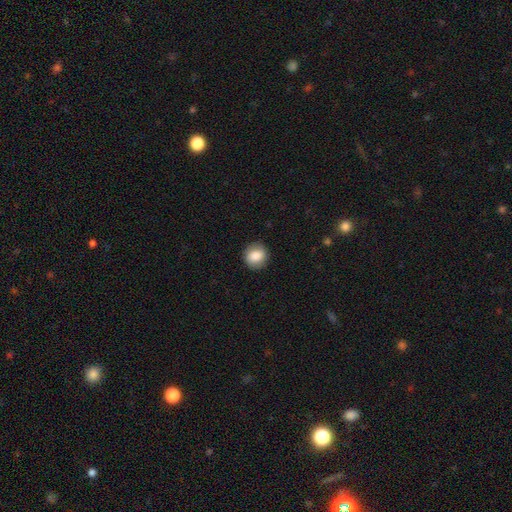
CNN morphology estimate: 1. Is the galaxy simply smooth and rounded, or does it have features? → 81% smooth, 11% featured or disk, 8% star or artifact.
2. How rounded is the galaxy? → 83% round, 16% in between, 1% cigar-shaped.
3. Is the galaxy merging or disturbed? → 87% none, 9% minor disturbance, 3% major disturbance, 1% merger.